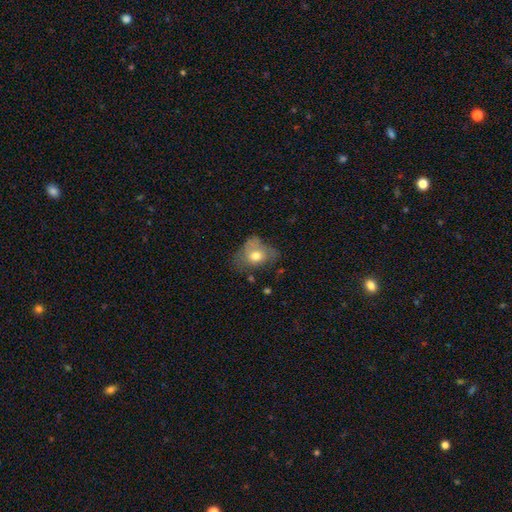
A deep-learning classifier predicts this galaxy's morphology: Smooth or featured? Predicted: smooth (p=0.64). How rounded? Predicted: in between (p=0.64). Merging? Predicted: minor disturbance (p=0.33).